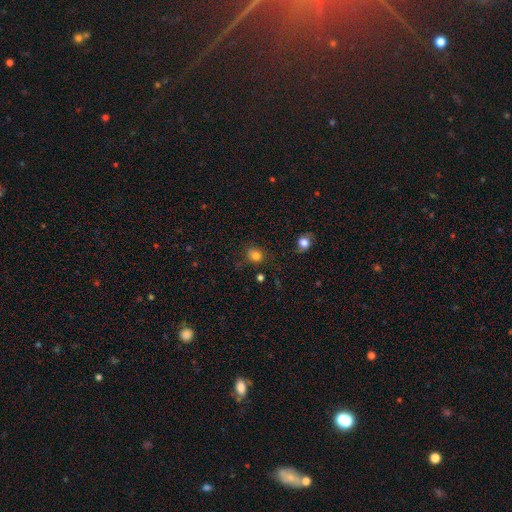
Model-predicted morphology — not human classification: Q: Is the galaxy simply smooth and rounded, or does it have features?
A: smooth — 81%.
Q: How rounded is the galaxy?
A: round — 64%.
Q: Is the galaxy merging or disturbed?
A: none — 77%.